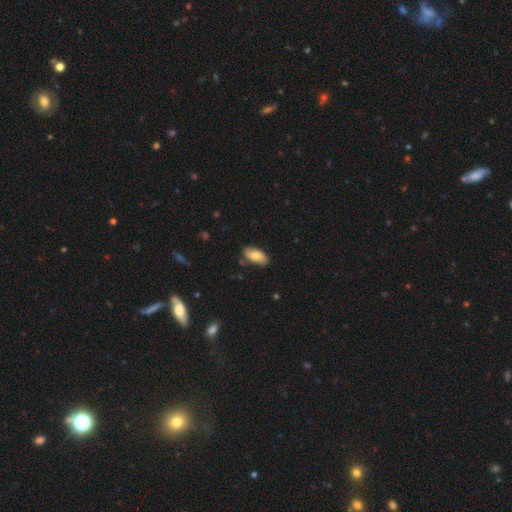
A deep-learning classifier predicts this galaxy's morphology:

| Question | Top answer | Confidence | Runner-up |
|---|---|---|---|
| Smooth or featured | smooth | 73% | featured or disk (20%) |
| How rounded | in between | 90% | cigar-shaped (7%) |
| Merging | none | 76% | minor disturbance (18%) |